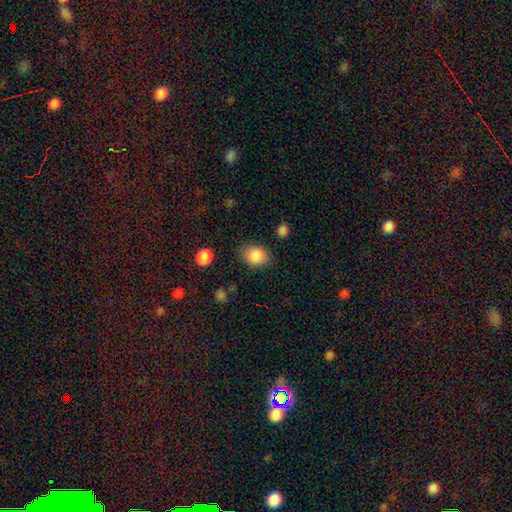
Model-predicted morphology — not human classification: smooth 87%, star or artifact 8%, featured or disk 5%. Down the decision tree: how rounded — in between (65%); merging — none (78%).